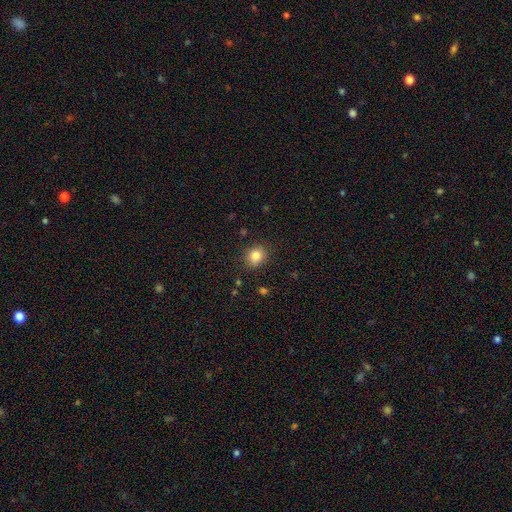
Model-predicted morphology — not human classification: Q: Smooth or featured?
A: smooth (83%); runner-up: star or artifact (11%)
Q: How rounded?
A: round (67%); runner-up: in between (32%)
Q: Merging?
A: none (84%); runner-up: minor disturbance (11%)